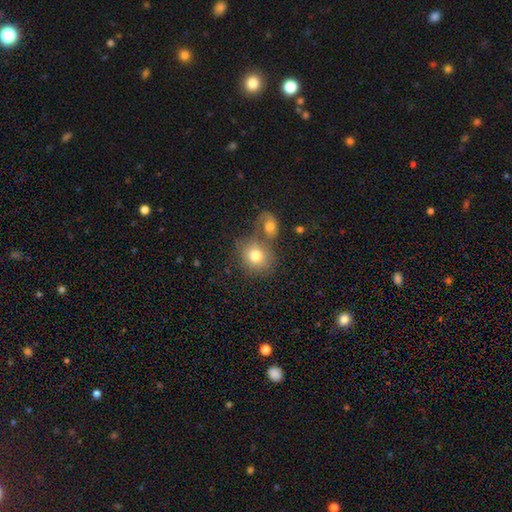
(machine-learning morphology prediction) smooth-or-featured: smooth: 76% | featured or disk: 14% | star or artifact: 10%
  how-rounded: round: 72% | in between: 27% | cigar-shaped: 1%
  merging: none: 44% | merger: 41% | minor disturbance: 10% | major disturbance: 5%